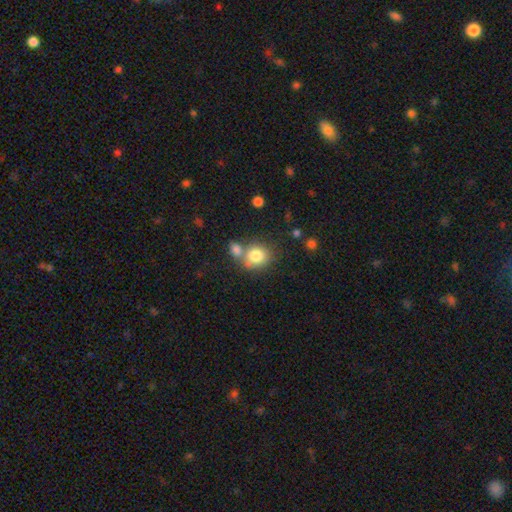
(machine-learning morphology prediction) Overall: smooth (79%). How rounded: round (76%). Merging: none (49%; merger 35%).